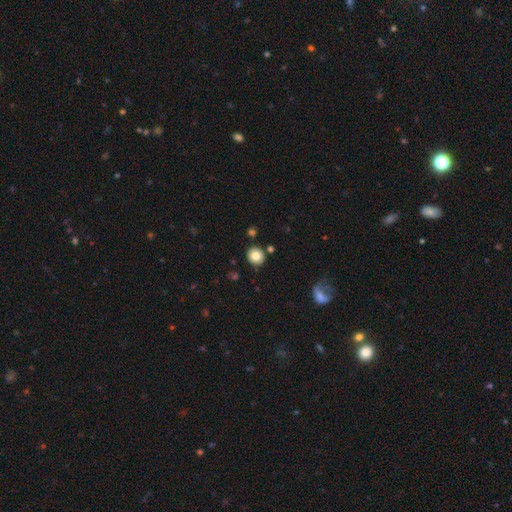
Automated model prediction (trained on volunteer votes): Morphology: type=smooth (82%); roundness=round (89%); merging=none (87%).